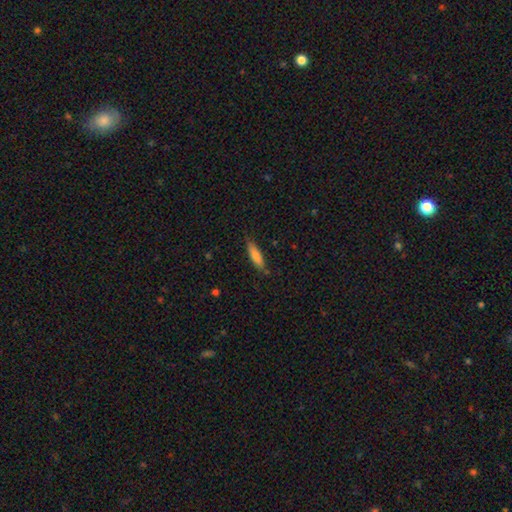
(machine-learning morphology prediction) Overall: smooth (74%). How rounded: cigar-shaped (67%; in between 31%). Merging: none (80%).